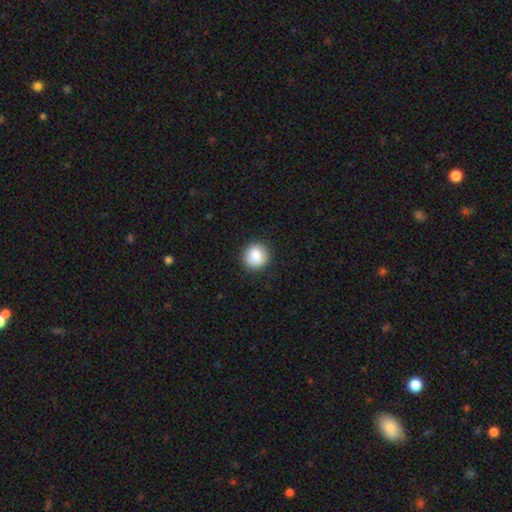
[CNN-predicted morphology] Overall: smooth (86%). How rounded: round (92%). Merging: none (90%).